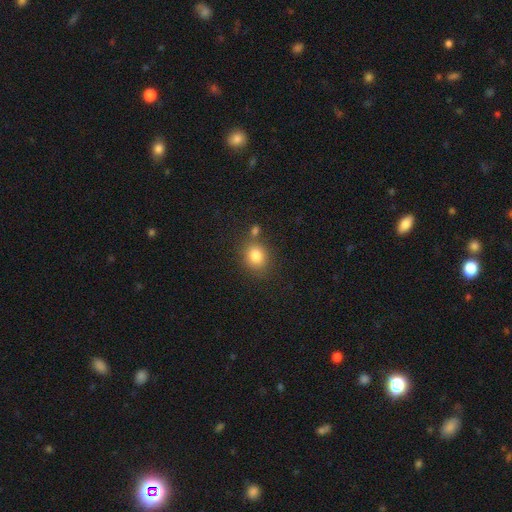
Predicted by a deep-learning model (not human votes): Smooth or featured? Predicted: smooth (p=0.83). How rounded? Predicted: round (p=0.66). Merging? Predicted: none (p=0.69).